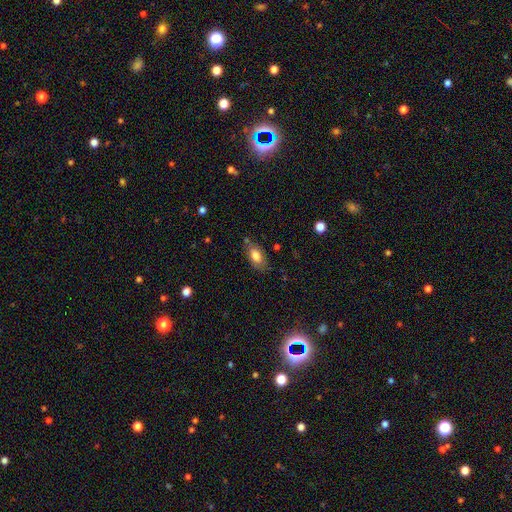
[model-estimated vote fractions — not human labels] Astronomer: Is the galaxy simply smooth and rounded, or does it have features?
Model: smooth — 80%.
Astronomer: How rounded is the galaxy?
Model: in between — 90%.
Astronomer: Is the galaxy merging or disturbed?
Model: none — 72%.